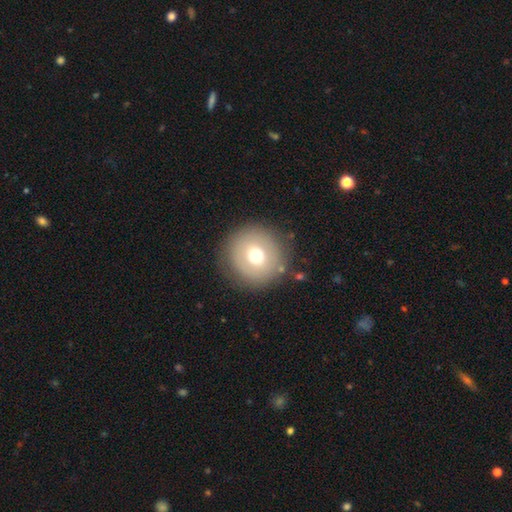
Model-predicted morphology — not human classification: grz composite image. It shows a smooth galaxy with no disk features (67%) that is round (95%). Merging: none (86%).